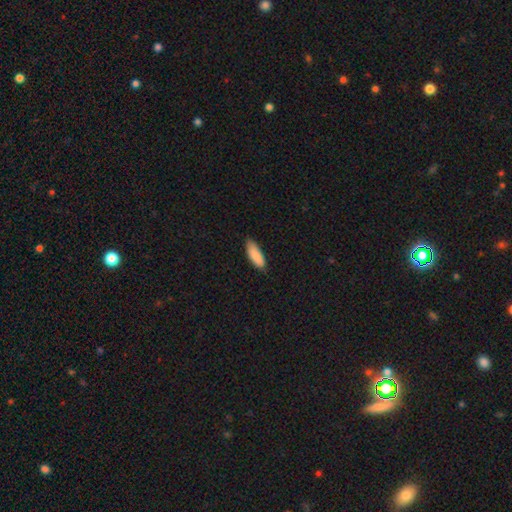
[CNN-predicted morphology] Q: Smooth or featured?
A: smooth (89%); runner-up: star or artifact (6%)
Q: How rounded?
A: in between (67%); runner-up: cigar-shaped (31%)
Q: Merging?
A: none (79%); runner-up: minor disturbance (18%)